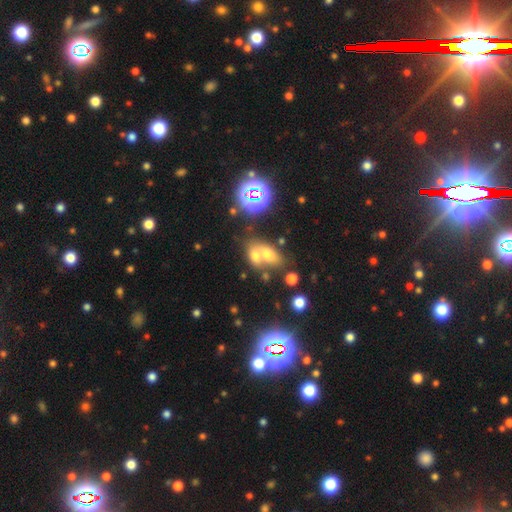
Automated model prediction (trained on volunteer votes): Smooth or featured? smooth (62%)
How rounded? in between (78%)
Merging? merger (61%)